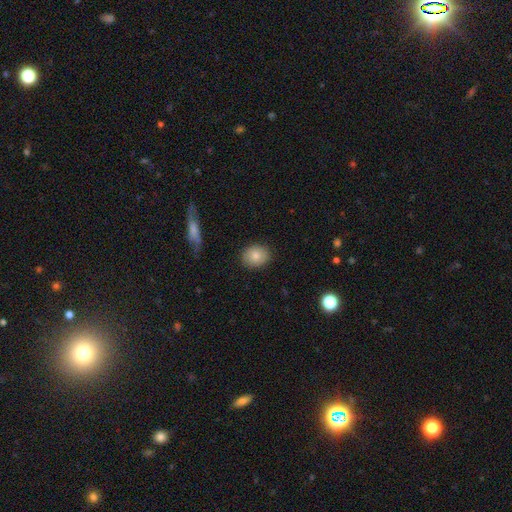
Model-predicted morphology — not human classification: smooth_or_featured: smooth (p=0.82) [alt: featured or disk p=0.09]
how_rounded: round (p=0.57) [alt: in between p=0.42]
merging: none (p=0.87) [alt: minor disturbance p=0.09]